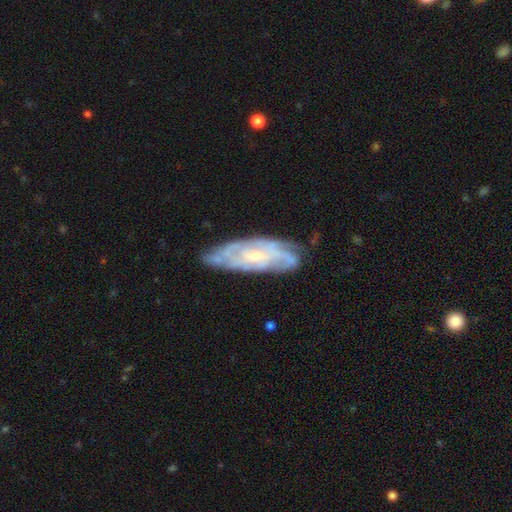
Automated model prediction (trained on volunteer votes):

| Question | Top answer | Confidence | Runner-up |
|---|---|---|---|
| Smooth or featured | featured or disk | 80% | smooth (14%) |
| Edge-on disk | no | 84% | yes (16%) |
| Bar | no | 62% | weak (31%) |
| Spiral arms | yes | 88% | no (12%) |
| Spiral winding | tight | 63% | medium (30%) |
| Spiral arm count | can't tell | 51% | 2 (17%) |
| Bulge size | small | 62% | moderate (33%) |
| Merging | none | 68% | minor disturbance (24%) |